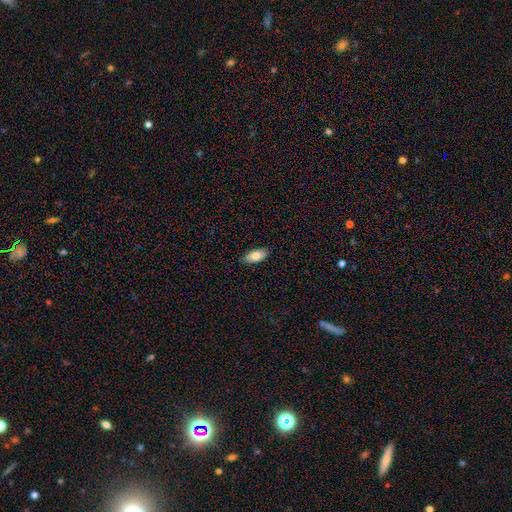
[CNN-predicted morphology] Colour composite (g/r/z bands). It shows a smooth galaxy with no disk features (81%) that is in between round and cigar-shaped (89%). Merging: none (86%).